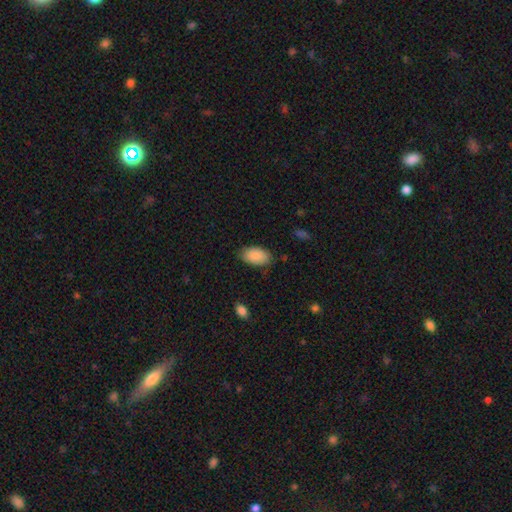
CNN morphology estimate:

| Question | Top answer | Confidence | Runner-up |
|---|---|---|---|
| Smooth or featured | smooth | 90% | star or artifact (6%) |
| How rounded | in between | 94% | round (5%) |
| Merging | none | 81% | minor disturbance (15%) |